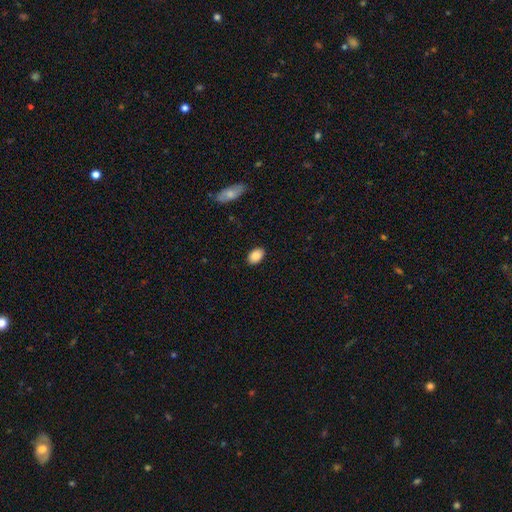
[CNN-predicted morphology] smooth_or_featured: smooth (p=0.88) [alt: star or artifact p=0.07]
how_rounded: in between (p=0.86) [alt: round p=0.13]
merging: none (p=0.89) [alt: minor disturbance p=0.08]